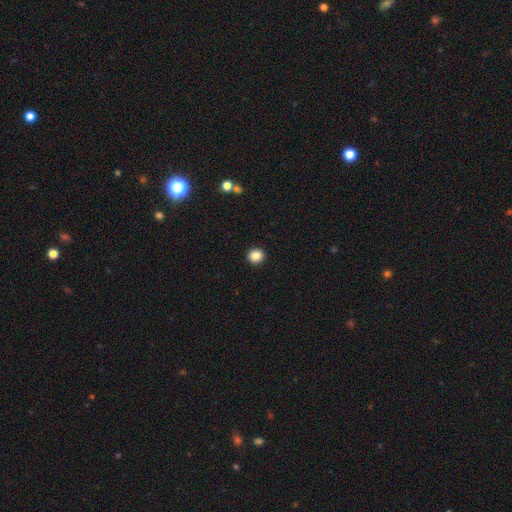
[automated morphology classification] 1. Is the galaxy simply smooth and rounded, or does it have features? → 86% smooth, 10% star or artifact, 4% featured or disk.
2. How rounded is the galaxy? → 93% round, 6% in between, 1% cigar-shaped.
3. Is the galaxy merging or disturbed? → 94% none, 4% minor disturbance, 1% major disturbance, 1% merger.